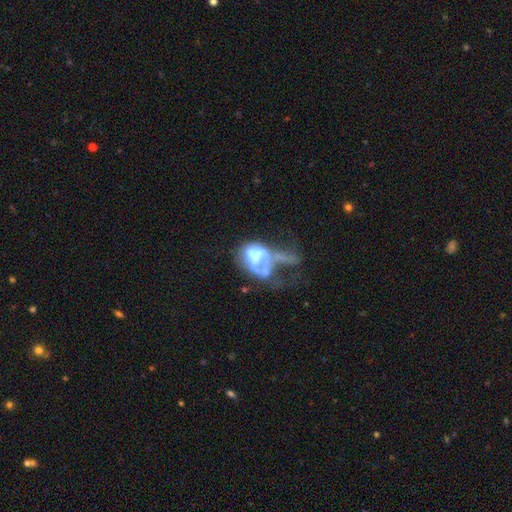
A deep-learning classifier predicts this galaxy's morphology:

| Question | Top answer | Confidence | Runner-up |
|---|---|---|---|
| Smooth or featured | featured or disk | 60% | smooth (29%) |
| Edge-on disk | no | 97% | yes (3%) |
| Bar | no | 79% | weak (14%) |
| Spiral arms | no | 78% | yes (22%) |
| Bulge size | large | 38% | moderate (20%) |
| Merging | major disturbance | 52% | merger (29%) |